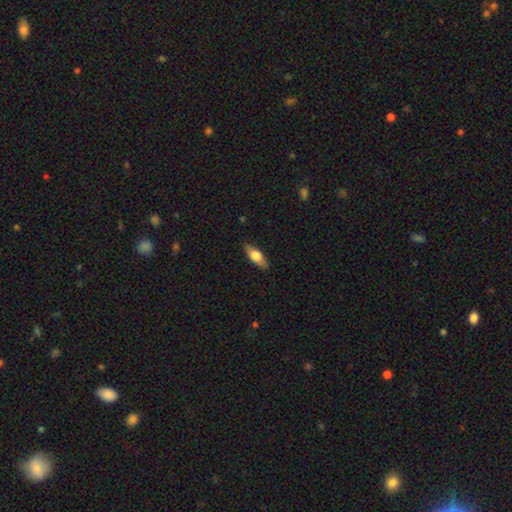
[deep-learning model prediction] Smooth or featured?
  - smooth: 64% *
  - featured or disk: 30%
  - star or artifact: 6%
How rounded?
  - in between: 73% *
  - cigar-shaped: 24%
  - round: 3%
Merging?
  - none: 85% *
  - minor disturbance: 12%
  - major disturbance: 2%
  - merger: 1%